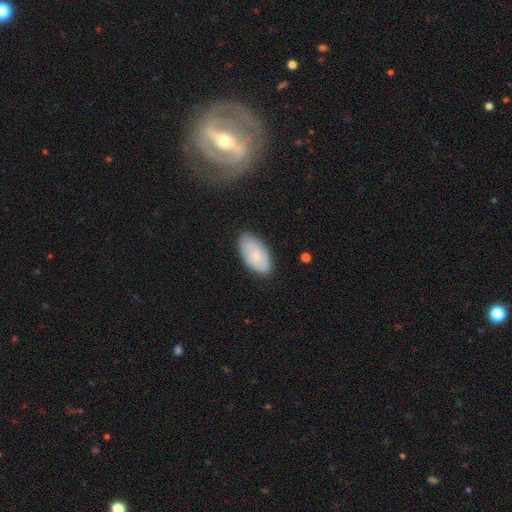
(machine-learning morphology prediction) smooth 68%, featured or disk 25%, star or artifact 7%. Down the decision tree: how rounded — in between (95%); merging — none (82%).